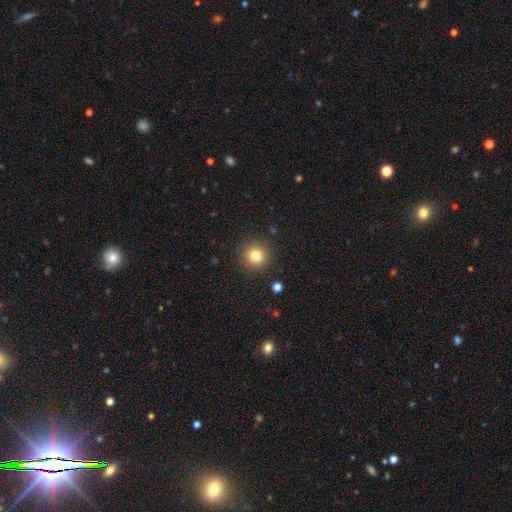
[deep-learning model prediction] Smooth or featured?
  - smooth: 81% *
  - star or artifact: 12%
  - featured or disk: 7%
How rounded?
  - round: 94% *
  - in between: 5%
  - cigar-shaped: 1%
Merging?
  - none: 90% *
  - minor disturbance: 6%
  - major disturbance: 2%
  - merger: 1%